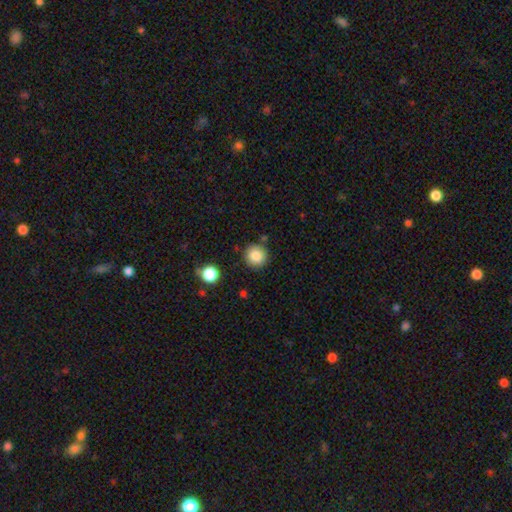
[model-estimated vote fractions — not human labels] smooth-or-featured: smooth: 85% | star or artifact: 10% | featured or disk: 5%
  how-rounded: round: 93% | in between: 6% | cigar-shaped: 1%
  merging: none: 85% | minor disturbance: 9% | merger: 4% | major disturbance: 3%